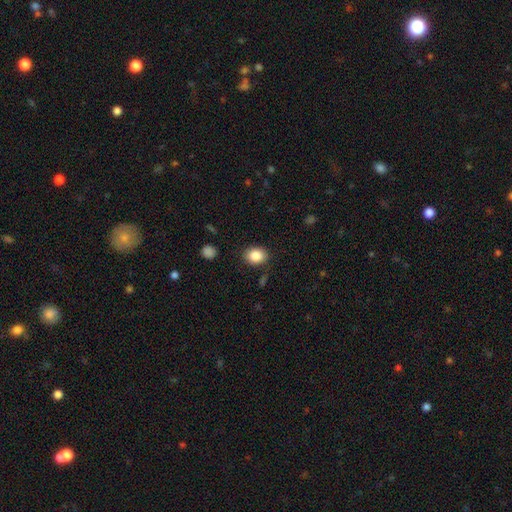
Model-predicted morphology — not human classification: Overall: smooth (86%). How rounded: in between (57%; round 42%). Merging: none (85%).